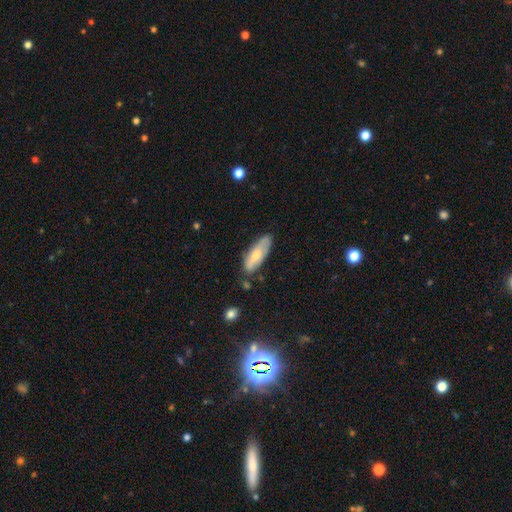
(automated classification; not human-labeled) The model was most divided on "how rounded": in between: 59%, cigar-shaped: 40%, round: 2%. More confident: merging — none (66%); smooth or featured — smooth (66%).